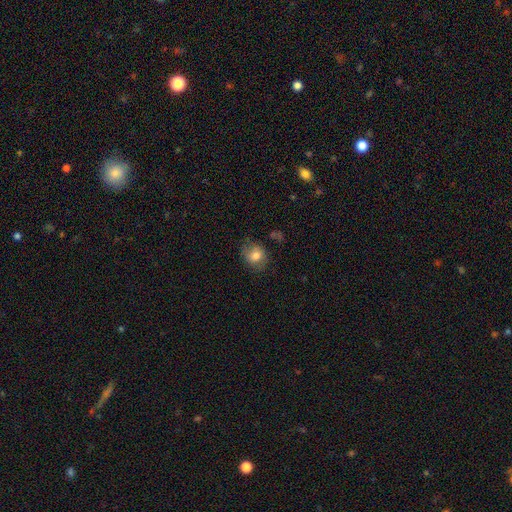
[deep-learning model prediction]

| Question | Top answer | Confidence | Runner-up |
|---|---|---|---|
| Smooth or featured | smooth | 77% | featured or disk (14%) |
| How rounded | round | 61% | in between (38%) |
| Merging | none | 69% | minor disturbance (21%) |